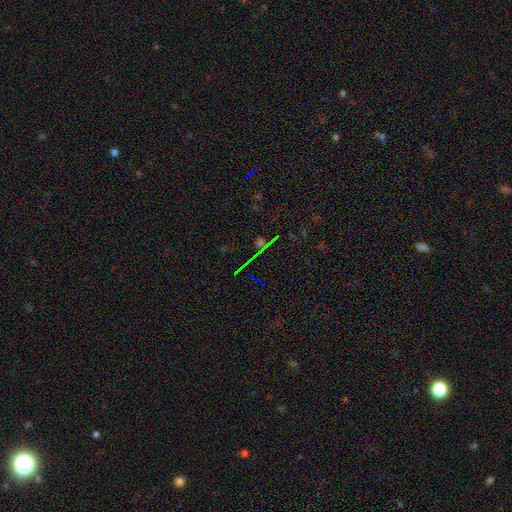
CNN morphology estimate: A star or artifact, not a galaxy (74%).

Vote fractions:
- Smooth or featured? star or artifact: 74% / featured or disk: 15% / smooth: 11%